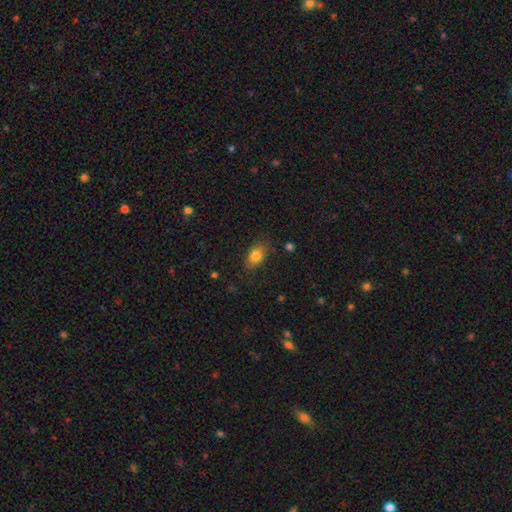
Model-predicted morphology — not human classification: Smooth or featured: smooth — 81% (star or artifact — 10%)
How rounded: in between — 80% (round — 17%)
Merging: none — 78% (minor disturbance — 17%)